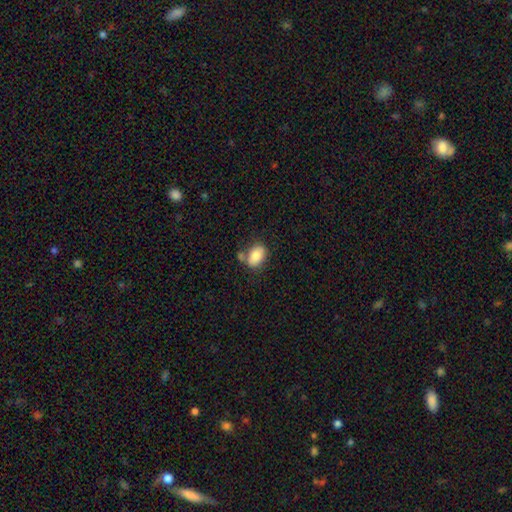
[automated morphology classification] The model was most divided on "merging": none: 60%, merger: 18%, minor disturbance: 17%, major disturbance: 5%. More confident: how rounded — in between (84%); smooth or featured — smooth (82%).